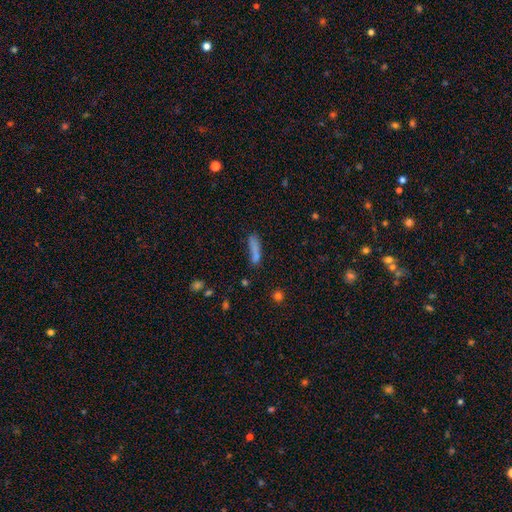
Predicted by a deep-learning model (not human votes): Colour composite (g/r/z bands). It shows a smooth galaxy with no disk features (76%) that is cigar-shaped (83%). Merging: none (63%).